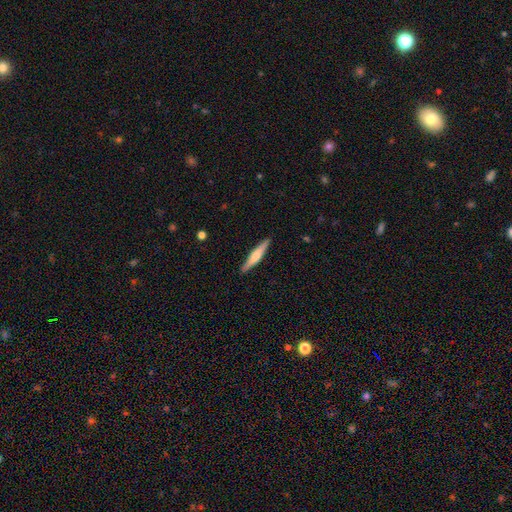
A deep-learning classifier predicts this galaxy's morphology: This is possibly a featured or disk galaxy (49%). Merging: clearly none (90%).